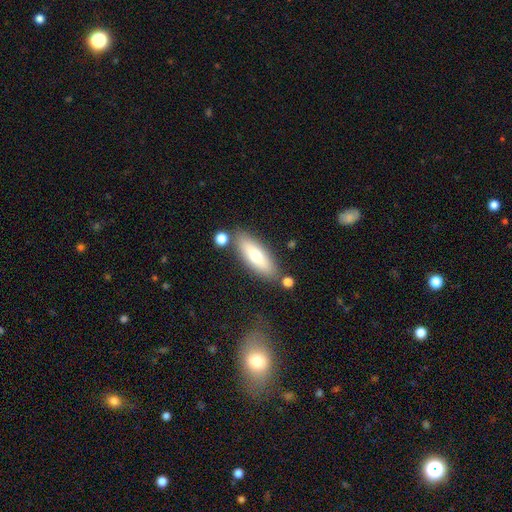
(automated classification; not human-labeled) This appears to be a smooth galaxy with no disk features (65%) that is in between round and cigar-shaped (57%). Merging: none (79%).